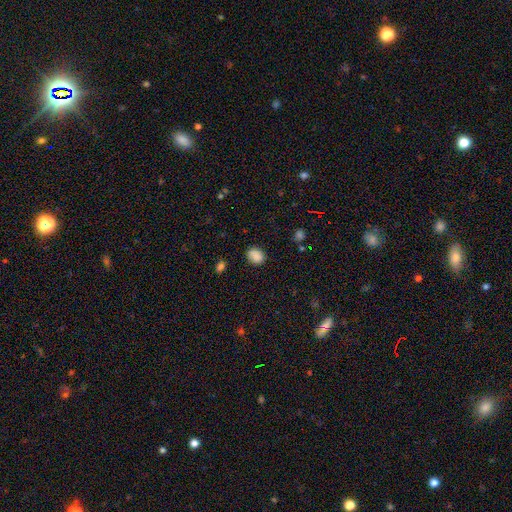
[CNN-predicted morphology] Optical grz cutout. It shows a smooth galaxy with no disk features (85%) that is in between round and cigar-shaped (54%). Merging: none (78%).